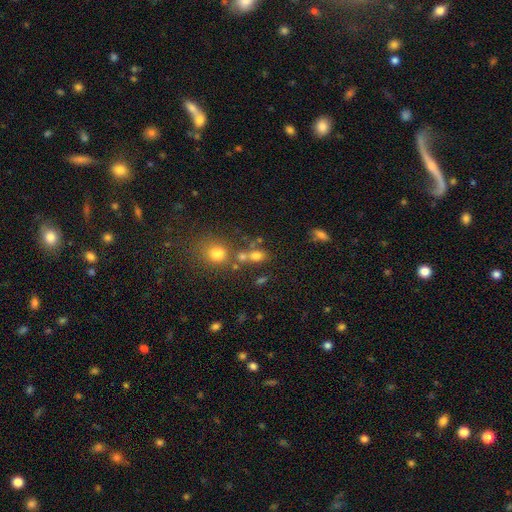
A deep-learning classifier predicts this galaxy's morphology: A smooth galaxy with no disk features (73%) that is in between round and cigar-shaped (67%). Merging: none (48%).